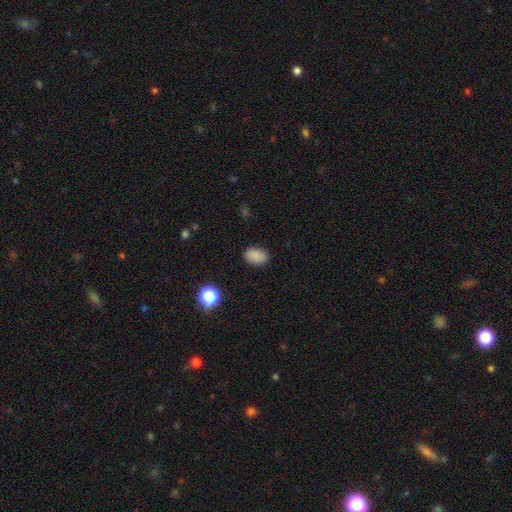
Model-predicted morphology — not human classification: smooth_or_featured: smooth (p=0.85) [alt: star or artifact p=0.10]
how_rounded: in between (p=0.83) [alt: round p=0.16]
merging: none (p=0.86) [alt: minor disturbance p=0.10]